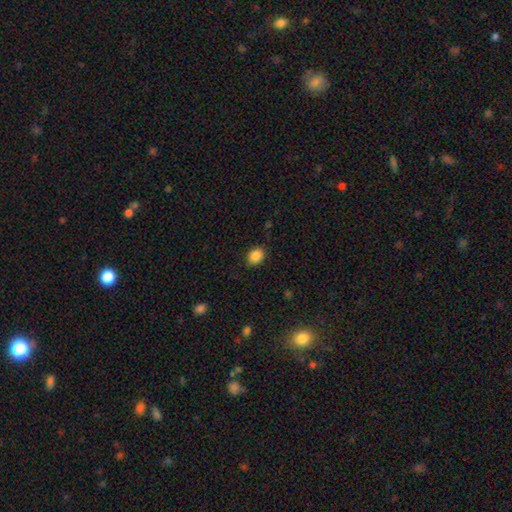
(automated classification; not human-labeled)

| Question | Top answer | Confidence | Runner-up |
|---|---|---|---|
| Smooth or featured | smooth | 87% | star or artifact (9%) |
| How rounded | in between | 58% | round (41%) |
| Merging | none | 86% | minor disturbance (10%) |